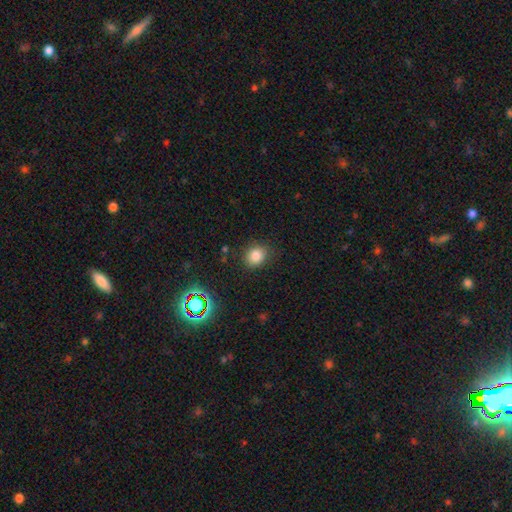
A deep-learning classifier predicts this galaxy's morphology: smooth_or_featured: smooth (p=0.81) [alt: star or artifact p=0.13]
how_rounded: round (p=0.63) [alt: in between p=0.36]
merging: none (p=0.83) [alt: minor disturbance p=0.12]